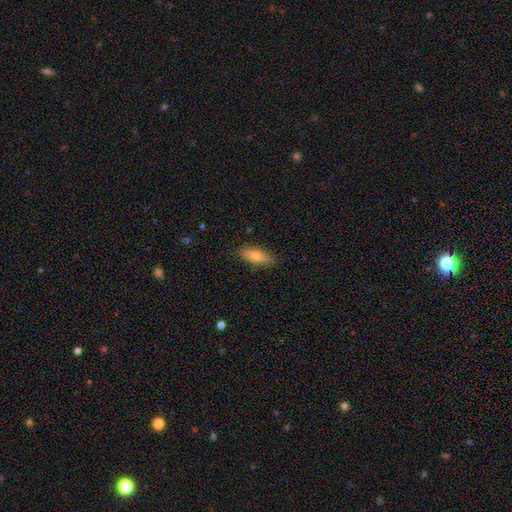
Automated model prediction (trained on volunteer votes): Overall: smooth (69%). How rounded: in between (70%). Merging: none (84%).